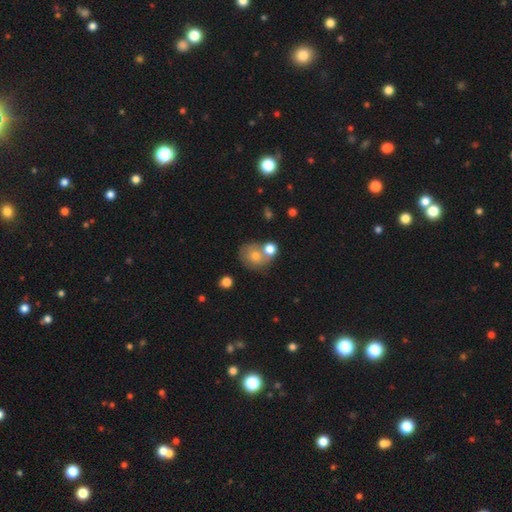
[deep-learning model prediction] Morphology: type=smooth (70%); roundness=round (72%); merging=none (47%).